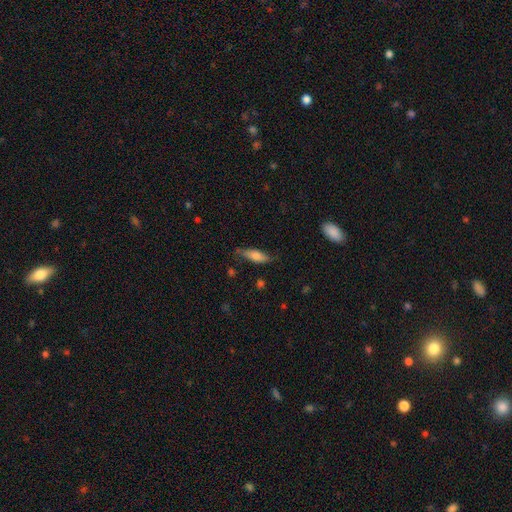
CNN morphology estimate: A smooth galaxy with no disk features (71%) that is in between round and cigar-shaped (51%).

Vote fractions:
- Smooth or featured? smooth: 71% / featured or disk: 23% / star or artifact: 7%
- How rounded? in between: 51% / cigar-shaped: 46% / round: 2%
- Merging? none: 69% / minor disturbance: 24% / major disturbance: 5% / merger: 2%